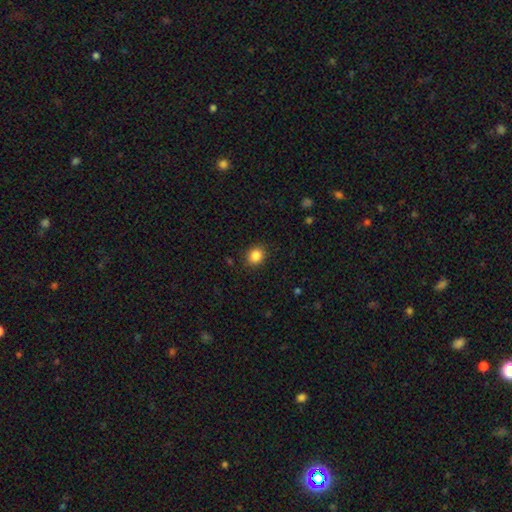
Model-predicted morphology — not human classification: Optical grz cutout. It shows a smooth galaxy with no disk features (86%) that is round (66%). Merging: none (88%).